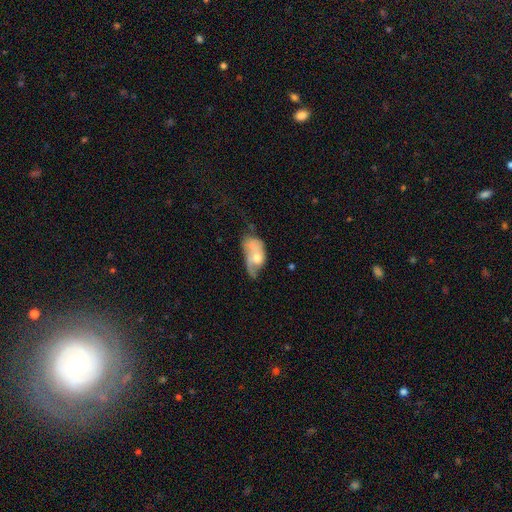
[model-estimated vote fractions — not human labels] Smooth or featured? Predicted: featured or disk (p=0.49). Merging? Predicted: major disturbance (p=0.36).